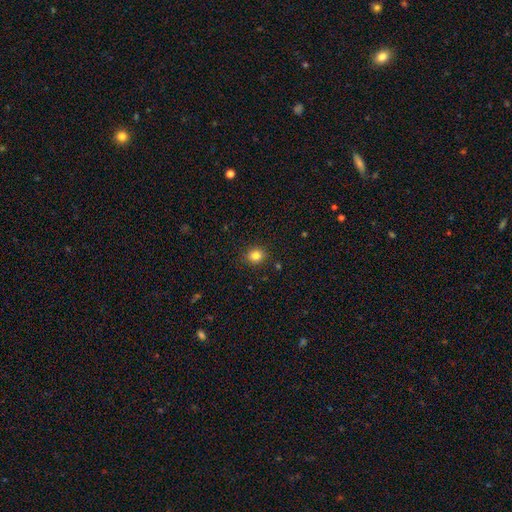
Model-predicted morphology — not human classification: Smooth or featured?
  - smooth: 82% *
  - star or artifact: 12%
  - featured or disk: 6%
How rounded?
  - round: 78% *
  - in between: 21%
  - cigar-shaped: 1%
Merging?
  - none: 89% *
  - minor disturbance: 8%
  - major disturbance: 2%
  - merger: 1%